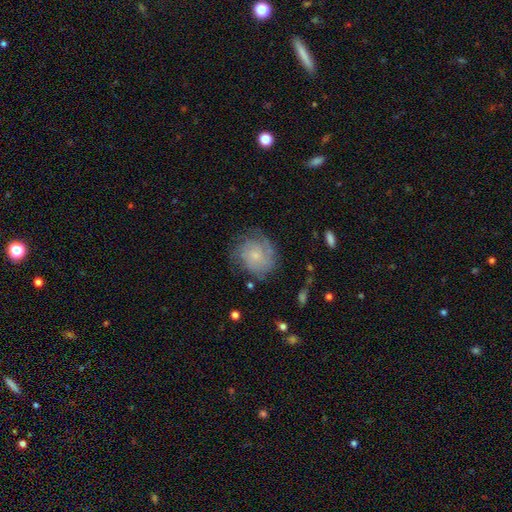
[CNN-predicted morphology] Smooth or featured? Predicted: featured or disk (p=0.60). Edge-on disk? Predicted: no (p=0.97). Bar? Predicted: no (p=0.79). Spiral arms? Predicted: yes (p=0.86). Spiral winding? Predicted: tight (p=0.61). Spiral arm count? Predicted: can't tell (p=0.45). Bulge size? Predicted: small (p=0.71). Merging? Predicted: none (p=0.65).